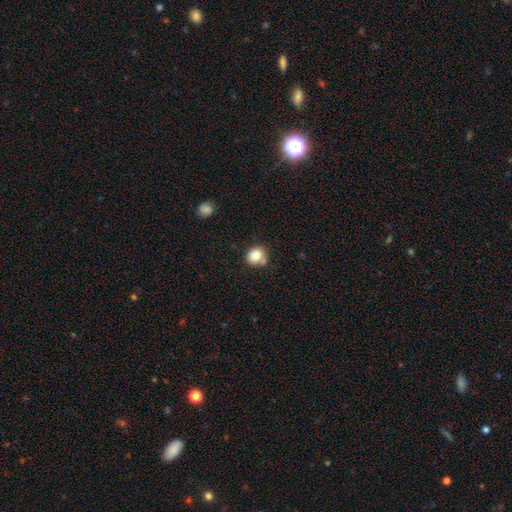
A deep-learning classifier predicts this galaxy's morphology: Smooth or featured? Predicted: smooth (p=0.85). How rounded? Predicted: round (p=0.71). Merging? Predicted: none (p=0.63).